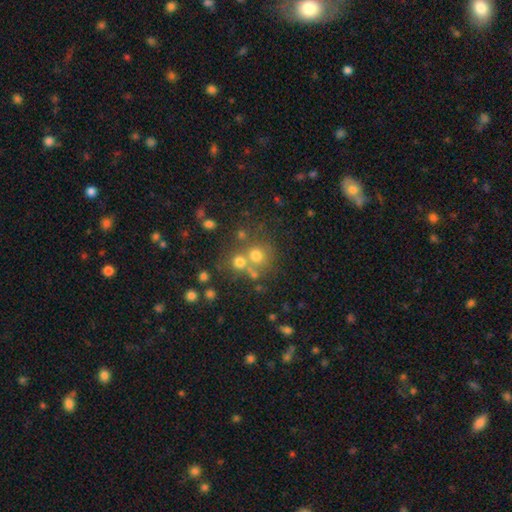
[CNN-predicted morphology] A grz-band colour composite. It shows a smooth galaxy with no disk features (66%) that is round (88%). Merging: none (54%).